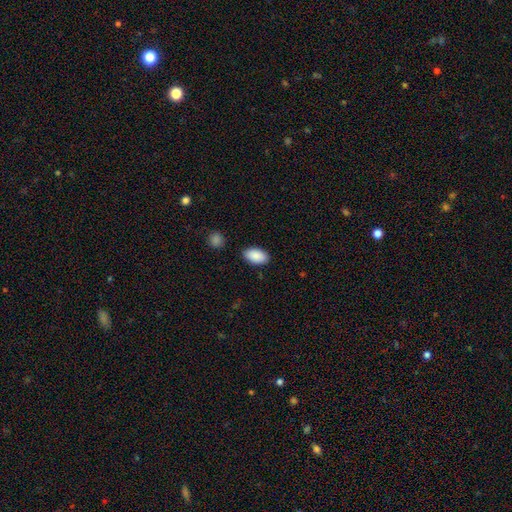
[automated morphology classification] A smooth galaxy with no disk features (89%) that is in between round and cigar-shaped (94%).

Vote fractions:
- Smooth or featured? smooth: 89% / star or artifact: 6% / featured or disk: 5%
- How rounded? in between: 94% / round: 4% / cigar-shaped: 2%
- Merging? none: 86% / minor disturbance: 10% / major disturbance: 2% / merger: 2%